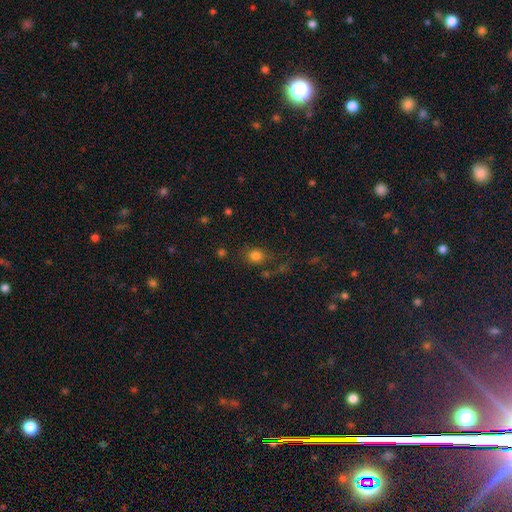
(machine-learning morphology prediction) smooth_or_featured: smooth (p=0.78) [alt: star or artifact p=0.15]
how_rounded: round (p=0.70) [alt: in between p=0.29]
merging: none (p=0.66) [alt: minor disturbance p=0.16]